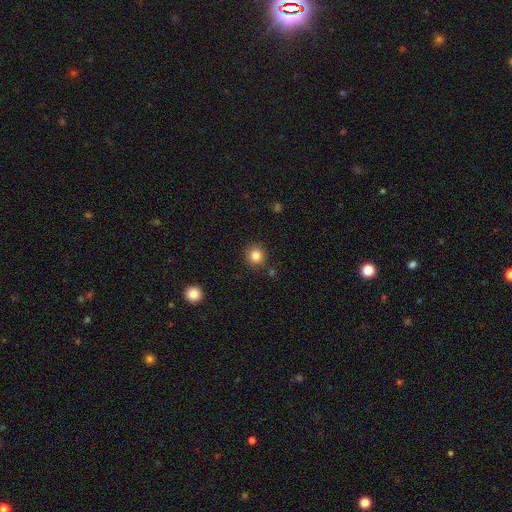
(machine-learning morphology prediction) Smooth or featured? smooth (84%)
How rounded? round (92%)
Merging? none (87%)